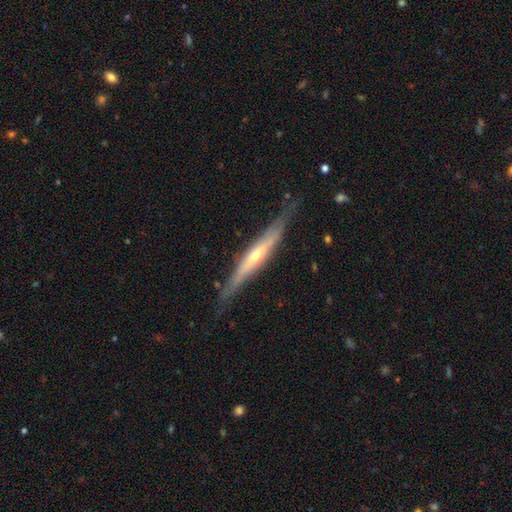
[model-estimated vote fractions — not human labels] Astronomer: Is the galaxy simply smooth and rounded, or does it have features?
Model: featured or disk — 72%.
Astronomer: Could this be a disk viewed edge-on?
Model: yes — 91%.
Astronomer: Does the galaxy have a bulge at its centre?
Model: rounded — 73%.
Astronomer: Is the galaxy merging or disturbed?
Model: none — 78%.